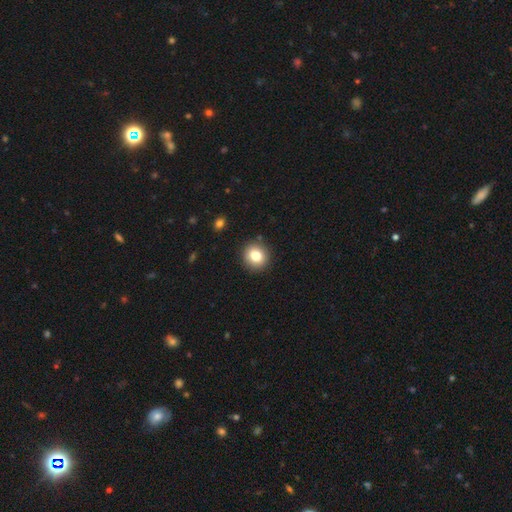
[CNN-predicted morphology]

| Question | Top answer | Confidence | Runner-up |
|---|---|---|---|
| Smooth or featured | smooth | 80% | star or artifact (11%) |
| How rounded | round | 87% | in between (12%) |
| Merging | none | 90% | minor disturbance (6%) |